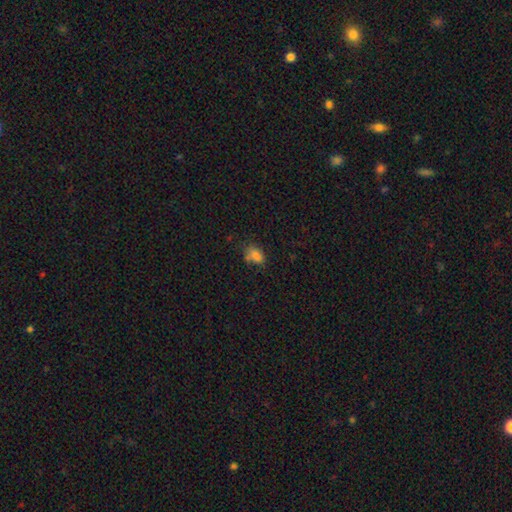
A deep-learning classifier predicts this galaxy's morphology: smooth-or-featured: smooth: 79% | star or artifact: 12% | featured or disk: 9%
  how-rounded: in between: 81% | round: 16% | cigar-shaped: 2%
  merging: none: 56% | minor disturbance: 24% | merger: 13% | major disturbance: 8%